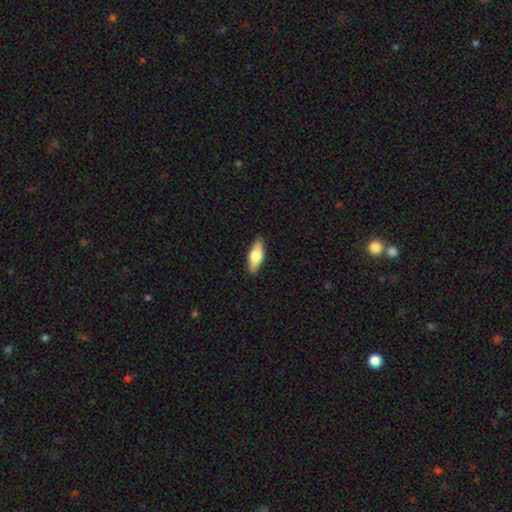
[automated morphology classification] The model was most divided on "smooth or featured": smooth: 58%, featured or disk: 36%, star or artifact: 6%. More confident: merging — none (88%); how rounded — in between (69%).